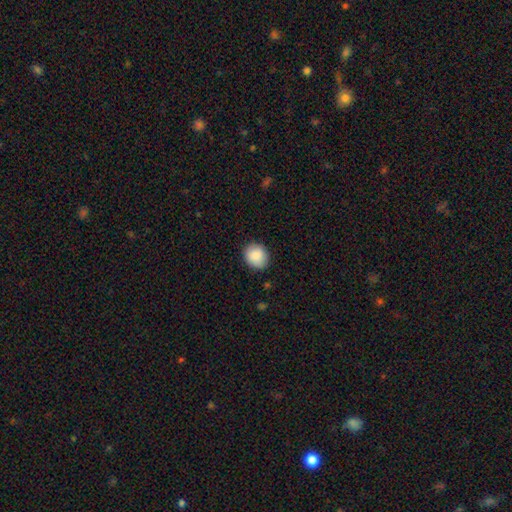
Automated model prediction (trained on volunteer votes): This appears to be a smooth galaxy with no disk features (89%) that is round (67%). Merging: none (87%).